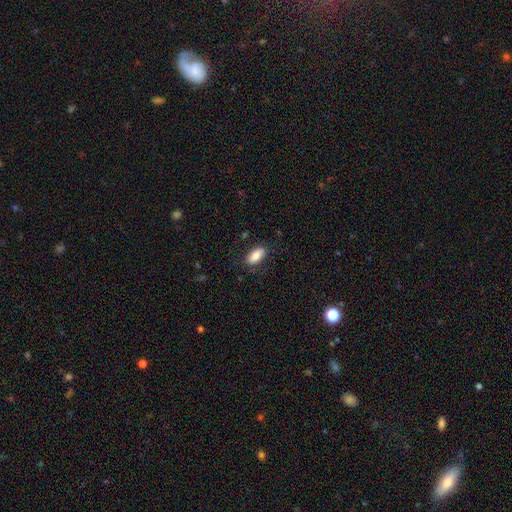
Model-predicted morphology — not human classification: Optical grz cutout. It shows a smooth galaxy with no disk features (83%) that is in between round and cigar-shaped (89%). Merging: none (80%).